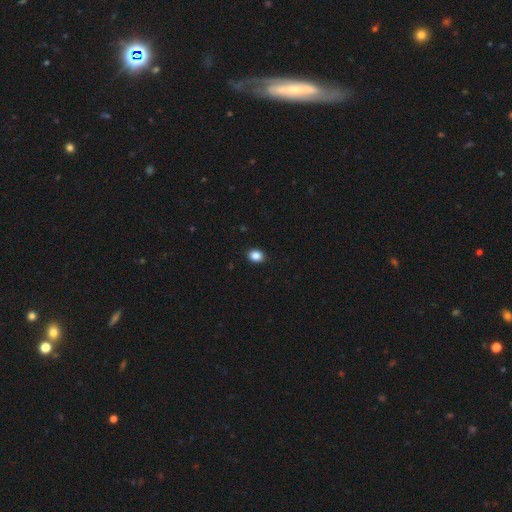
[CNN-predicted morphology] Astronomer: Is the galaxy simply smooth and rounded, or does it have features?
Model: smooth — 87%.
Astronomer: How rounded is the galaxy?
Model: in between — 52% (runner-up: round, 47%).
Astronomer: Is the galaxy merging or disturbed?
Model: none — 91%.